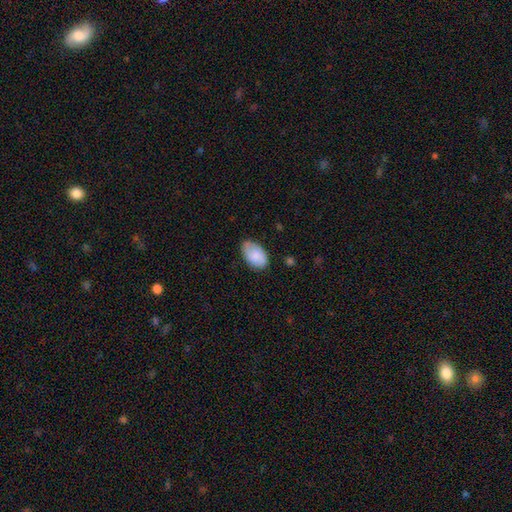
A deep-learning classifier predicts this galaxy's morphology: Overall: smooth (81%). How rounded: in between (93%). Merging: none (72%).